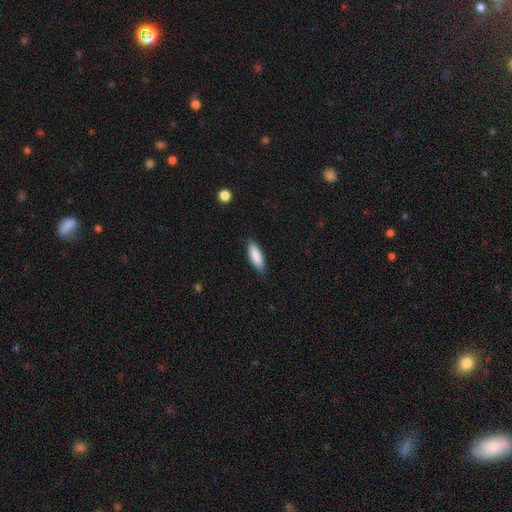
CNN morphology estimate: Smooth or featured?
  - smooth: 88% *
  - featured or disk: 7%
  - star or artifact: 6%
How rounded?
  - in between: 54% *
  - cigar-shaped: 45%
  - round: 2%
Merging?
  - none: 86% *
  - minor disturbance: 11%
  - major disturbance: 2%
  - merger: 1%